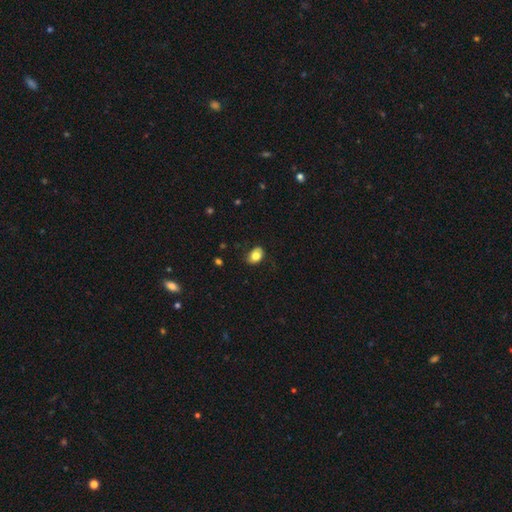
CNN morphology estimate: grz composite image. It shows a smooth galaxy with no disk features (80%) that is in between round and cigar-shaped (80%). Merging: none (77%).